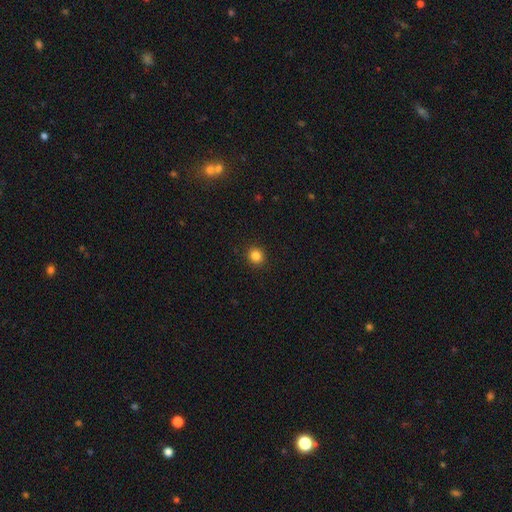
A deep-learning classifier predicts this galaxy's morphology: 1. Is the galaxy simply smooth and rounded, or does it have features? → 84% smooth, 12% star or artifact, 4% featured or disk.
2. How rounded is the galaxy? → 87% round, 12% in between, 1% cigar-shaped.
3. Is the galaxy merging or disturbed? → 92% none, 5% minor disturbance, 2% major disturbance, 1% merger.